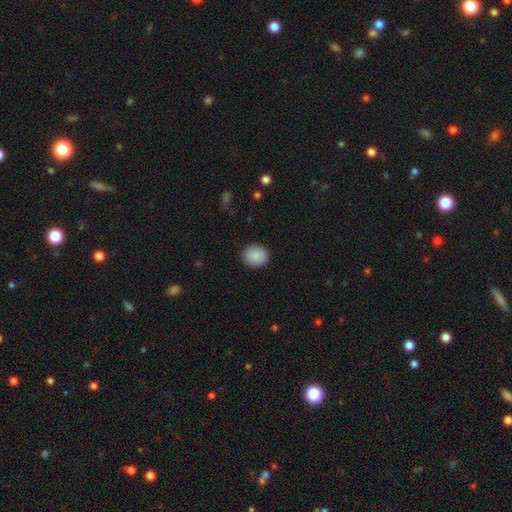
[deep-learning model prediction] Overall: smooth (89%). How rounded: round (73%). Merging: none (90%).